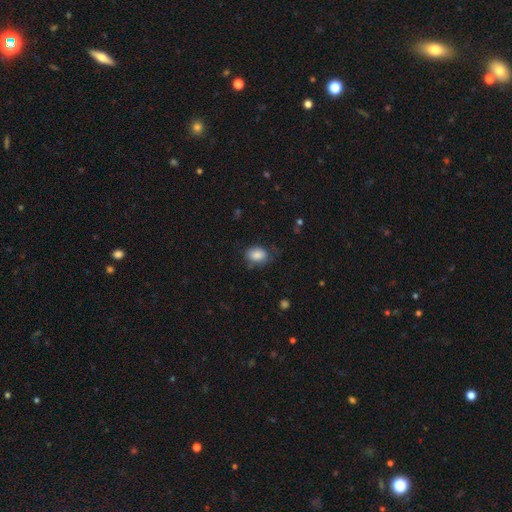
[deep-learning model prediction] Overall: smooth (85%). How rounded: in between (72%). Merging: none (65%; minor disturbance 25%).